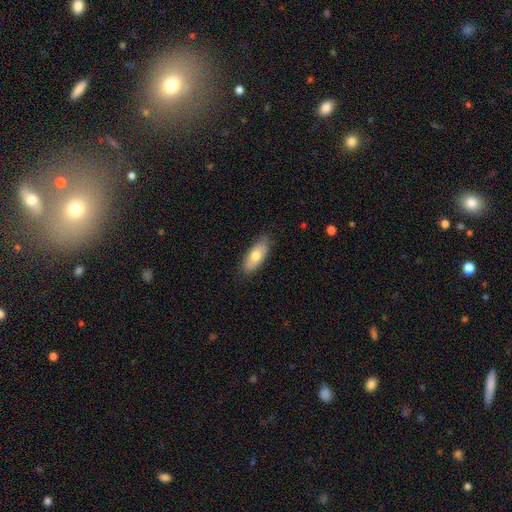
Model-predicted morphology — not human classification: The model was most divided on "smooth or featured": smooth: 71%, featured or disk: 23%, star or artifact: 6%. More confident: merging — none (83%); how rounded — in between (79%).